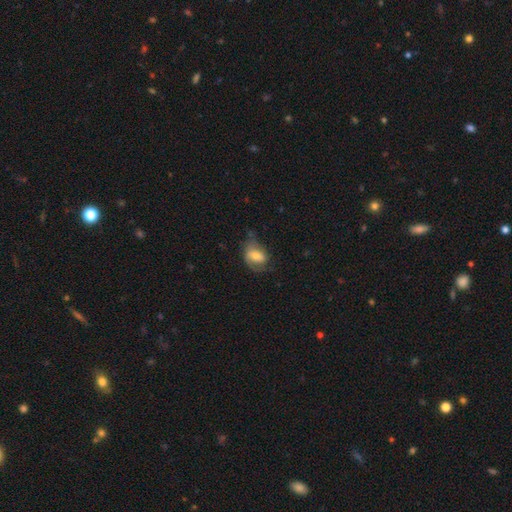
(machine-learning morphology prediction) The model was most divided on "merging": none: 44%, minor disturbance: 32%, major disturbance: 22%, merger: 2%. More confident: how rounded — in between (77%); smooth or featured — smooth (53%).